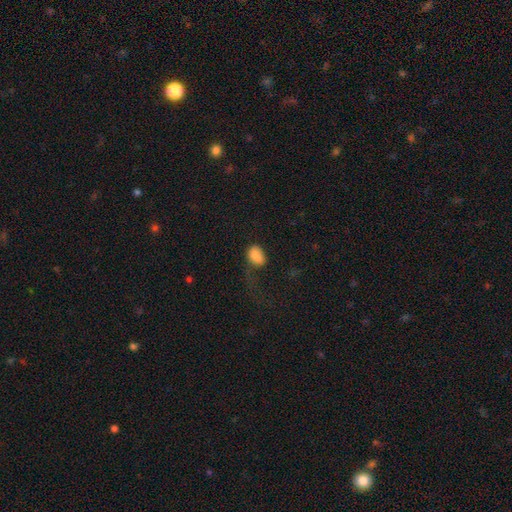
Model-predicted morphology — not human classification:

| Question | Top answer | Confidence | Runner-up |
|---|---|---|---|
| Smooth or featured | smooth | 81% | star or artifact (11%) |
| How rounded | in between | 84% | round (14%) |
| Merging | major disturbance | 36% | none (35%) |